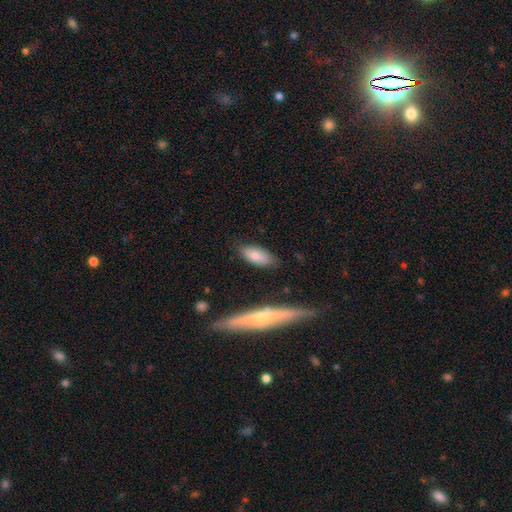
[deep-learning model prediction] Morphology: type=smooth (75%); roundness=in between (85%); merging=none (77%).